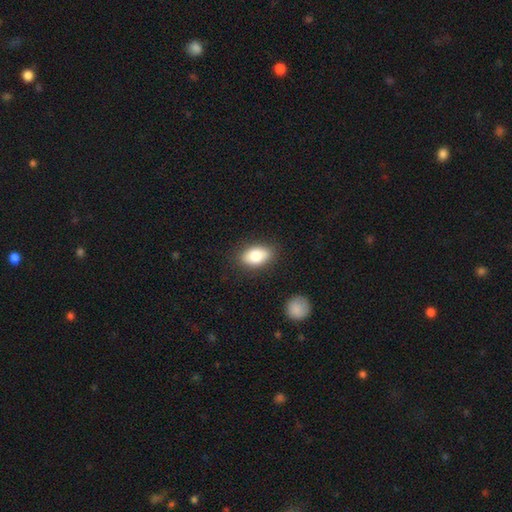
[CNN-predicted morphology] Smooth or featured: smooth — 81% (featured or disk — 12%)
How rounded: in between — 88% (round — 11%)
Merging: none — 86% (minor disturbance — 10%)